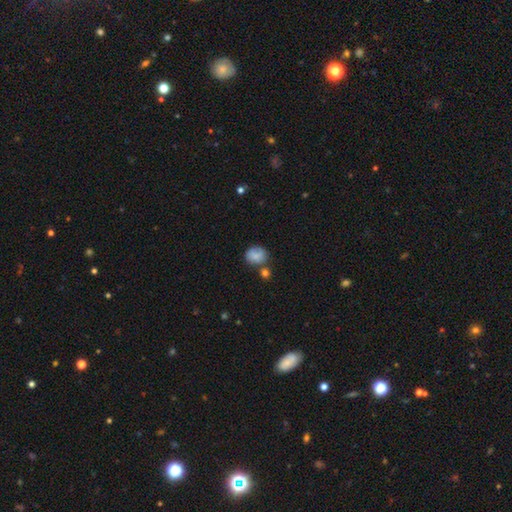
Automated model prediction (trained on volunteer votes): The model was most divided on "merging": none: 55%, minor disturbance: 21%, merger: 17%, major disturbance: 6%. More confident: smooth or featured — smooth (78%); how rounded — round (67%).